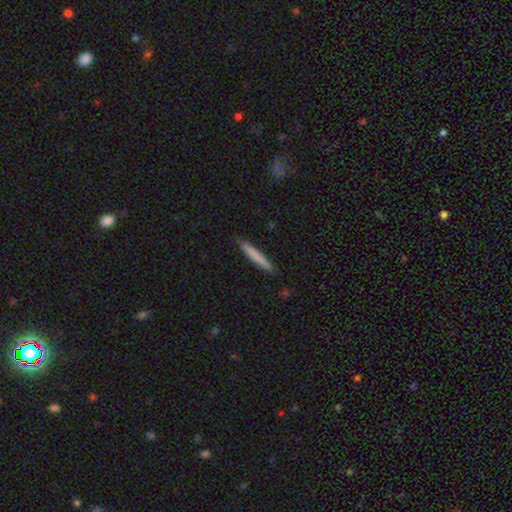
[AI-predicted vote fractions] Smooth or featured? smooth (75%)
How rounded? cigar-shaped (96%)
Merging? none (89%)